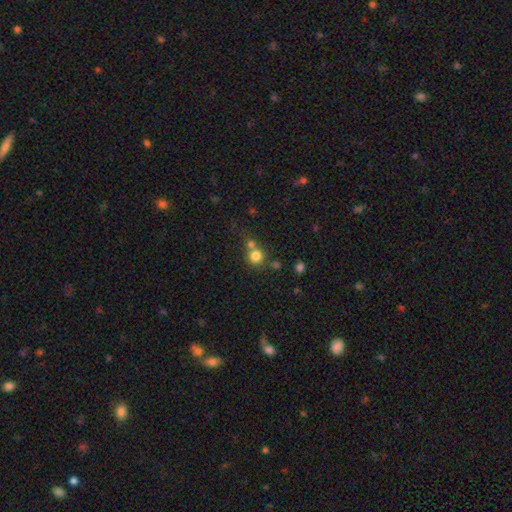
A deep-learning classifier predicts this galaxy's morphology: Smooth or featured?
  - smooth: 79% *
  - star or artifact: 13%
  - featured or disk: 8%
How rounded?
  - round: 89% *
  - in between: 10%
  - cigar-shaped: 1%
Merging?
  - none: 53% *
  - merger: 35%
  - minor disturbance: 8%
  - major disturbance: 4%